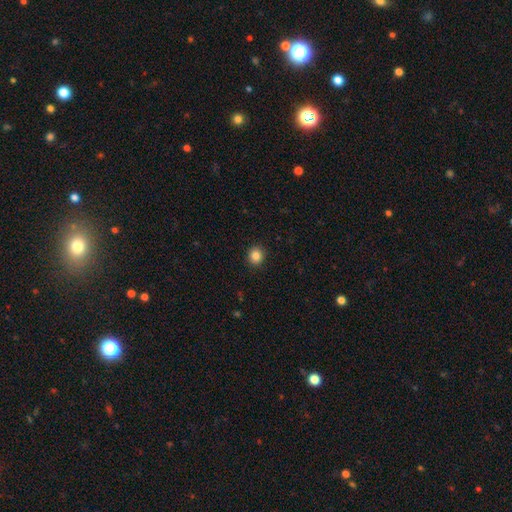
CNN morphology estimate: A smooth galaxy with no disk features (85%) that is round (85%).

Vote fractions:
- Smooth or featured? smooth: 85% / star or artifact: 11% / featured or disk: 4%
- How rounded? round: 85% / in between: 14% / cigar-shaped: 1%
- Merging? none: 92% / minor disturbance: 5% / major disturbance: 2% / merger: 1%